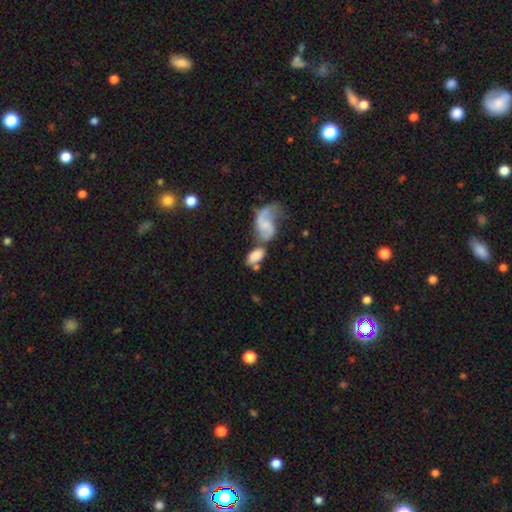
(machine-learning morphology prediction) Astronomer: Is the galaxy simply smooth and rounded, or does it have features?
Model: smooth — 68%.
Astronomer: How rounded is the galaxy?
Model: in between — 90%.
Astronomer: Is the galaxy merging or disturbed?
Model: merger — 50% (runner-up: none, 27%).